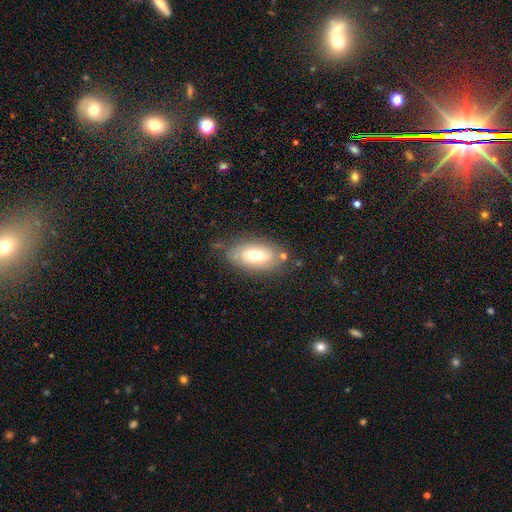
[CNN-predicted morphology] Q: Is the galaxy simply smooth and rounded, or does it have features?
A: smooth — 56%.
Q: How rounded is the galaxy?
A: in between — 91%.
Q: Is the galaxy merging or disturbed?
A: none — 70%.